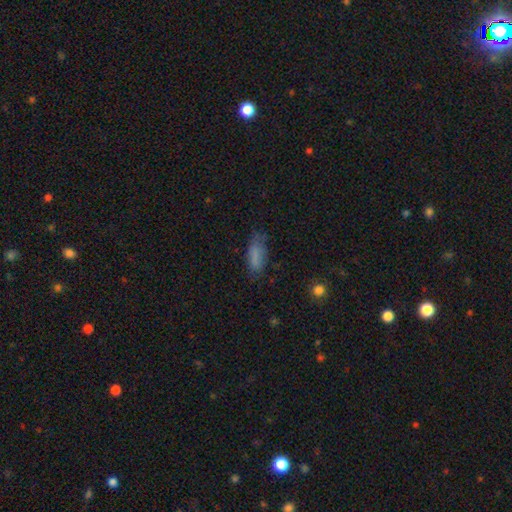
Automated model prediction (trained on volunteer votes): Smooth or featured: smooth — 77% (featured or disk — 13%)
How rounded: in between — 72% (cigar-shaped — 26%)
Merging: none — 61% (minor disturbance — 27%)